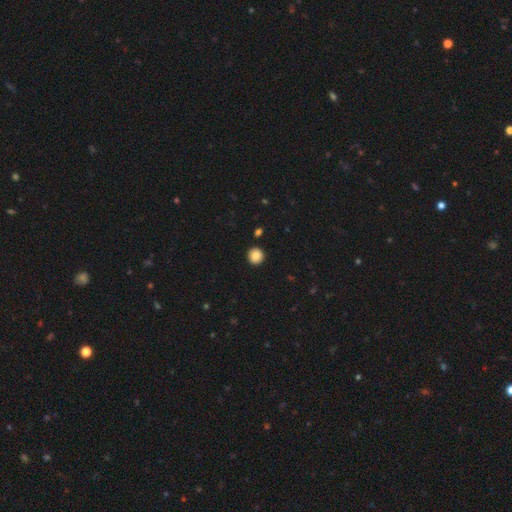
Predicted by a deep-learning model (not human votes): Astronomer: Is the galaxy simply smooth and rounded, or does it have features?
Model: smooth — 86%.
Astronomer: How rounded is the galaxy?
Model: round — 93%.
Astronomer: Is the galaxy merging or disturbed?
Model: none — 93%.